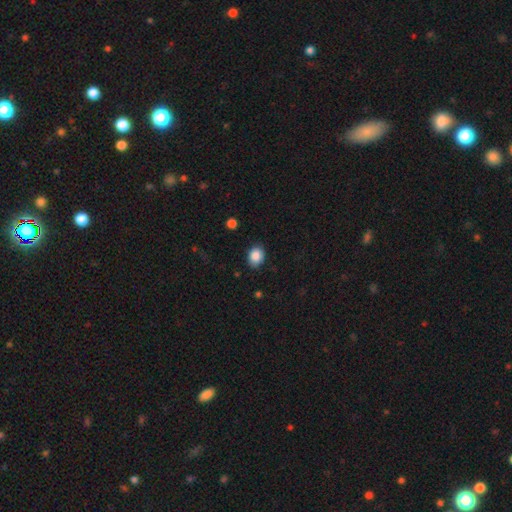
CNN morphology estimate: Smooth or featured: smooth — 88% (star or artifact — 8%)
How rounded: in between — 51% (round — 48%)
Merging: none — 83% (minor disturbance — 13%)